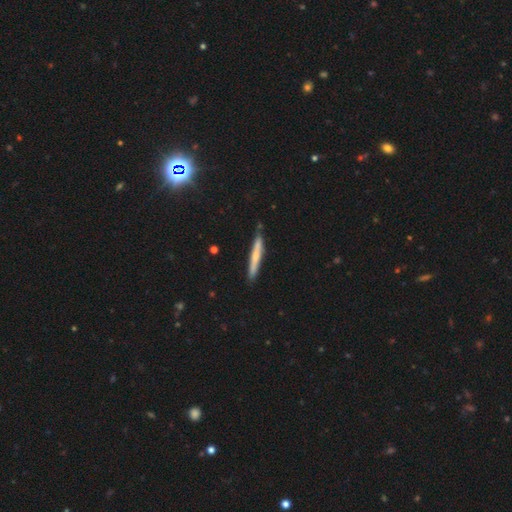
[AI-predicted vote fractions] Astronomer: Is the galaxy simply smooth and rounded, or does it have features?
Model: smooth — 52% (runner-up: featured or disk, 42%).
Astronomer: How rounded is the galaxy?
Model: cigar-shaped — 95%.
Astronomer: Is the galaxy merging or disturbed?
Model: none — 84%.